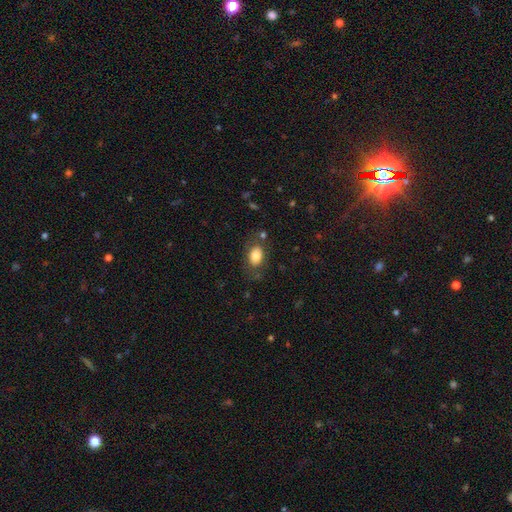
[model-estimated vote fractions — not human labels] Q: Smooth or featured?
A: smooth (80%); runner-up: featured or disk (12%)
Q: How rounded?
A: in between (84%); runner-up: round (15%)
Q: Merging?
A: none (72%); runner-up: minor disturbance (16%)